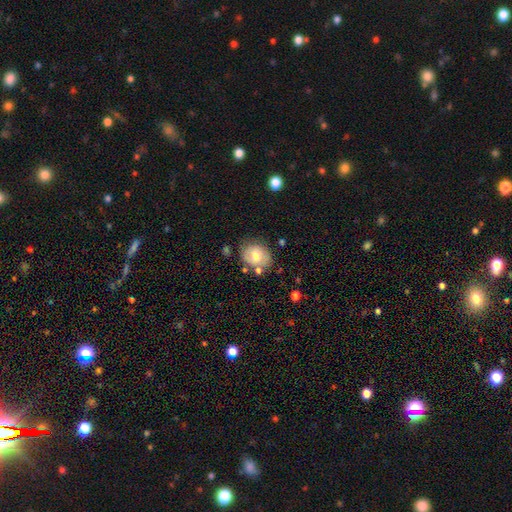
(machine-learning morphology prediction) smooth_or_featured: smooth (p=0.62) [alt: featured or disk p=0.30]
how_rounded: round (p=0.54) [alt: in between p=0.45]
merging: none (p=0.67) [alt: minor disturbance p=0.20]